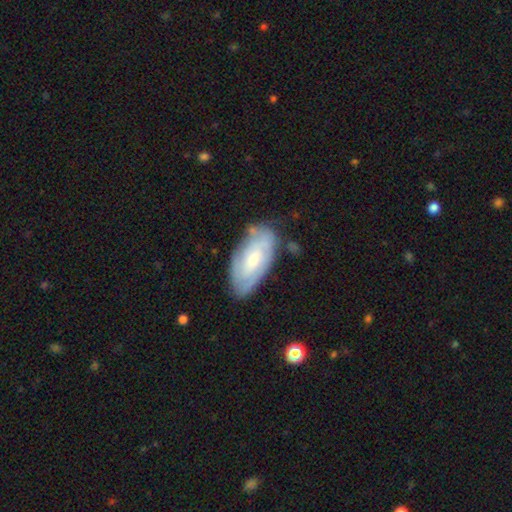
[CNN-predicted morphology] Smooth or featured?
  - featured or disk: 57% *
  - smooth: 36%
  - star or artifact: 7%
Edge-on disk?
  - no: 90% *
  - yes: 10%
Bar?
  - no: 58% *
  - weak: 34%
  - strong: 8%
Spiral arms?
  - yes: 76% *
  - no: 24%
Bulge size?
  - small: 47% *
  - moderate: 44%
  - large: 4%
  - none: 4%
  - dominant: 1%
Merging?
  - none: 74% *
  - minor disturbance: 20%
  - major disturbance: 5%
  - merger: 2%